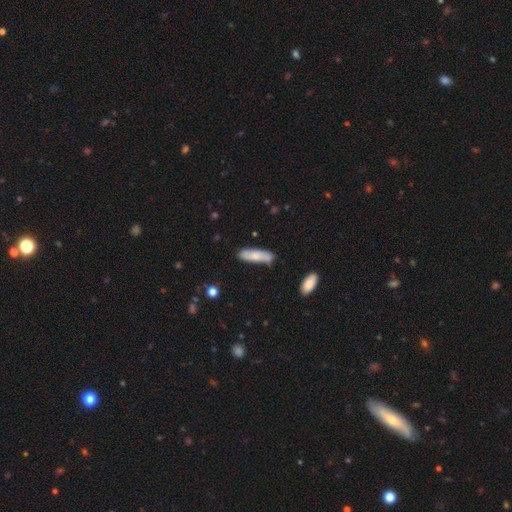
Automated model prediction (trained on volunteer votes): Smooth or featured?
  - smooth: 71% *
  - featured or disk: 23%
  - star or artifact: 6%
How rounded?
  - cigar-shaped: 65% *
  - in between: 34%
  - round: 2%
Merging?
  - none: 79% *
  - minor disturbance: 15%
  - merger: 3%
  - major disturbance: 3%